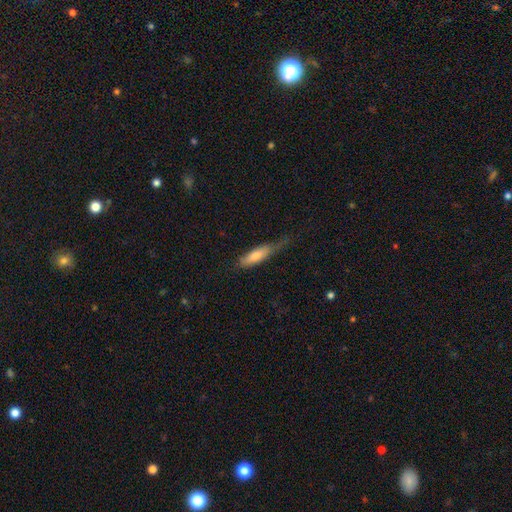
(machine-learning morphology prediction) This appears to be a smooth galaxy with no disk features (64%) that is cigar-shaped (69%). Merging: none (43%).